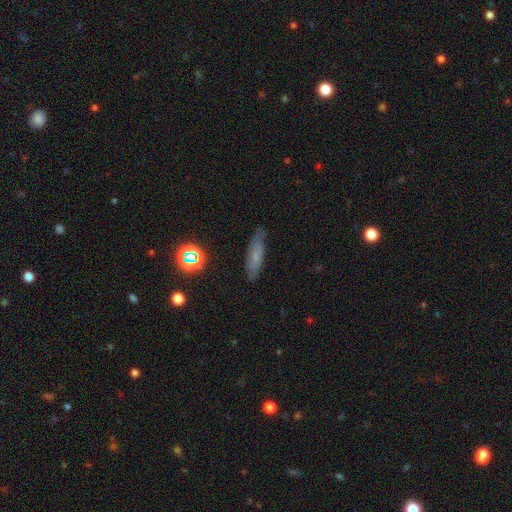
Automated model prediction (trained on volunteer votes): smooth_or_featured: smooth (p=0.54) [alt: featured or disk p=0.32]
how_rounded: cigar-shaped (p=0.57) [alt: in between p=0.39]
merging: none (p=0.74) [alt: minor disturbance p=0.20]